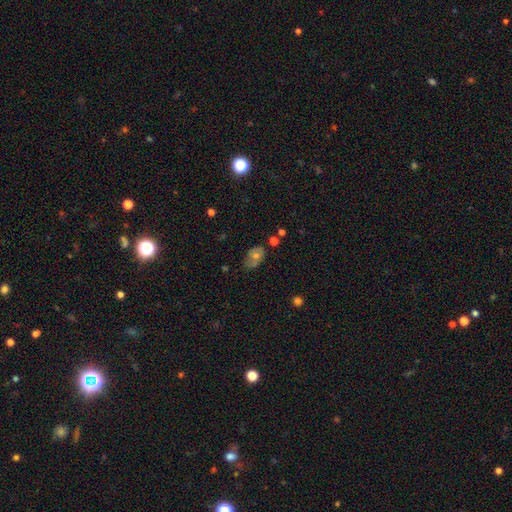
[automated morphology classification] smooth 43%, featured or disk 42%, star or artifact 14%. Down the decision tree: merging — none (59%).